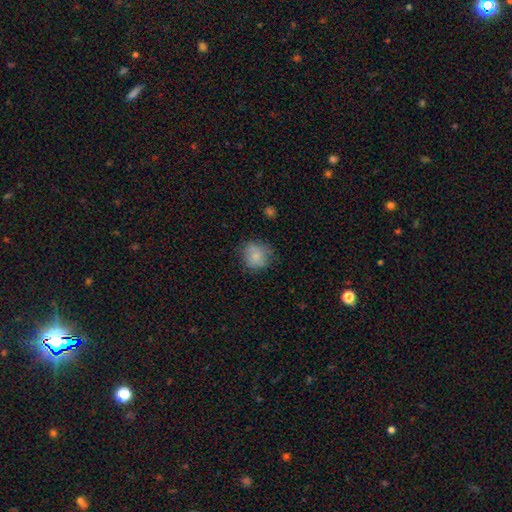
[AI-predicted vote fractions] Smooth or featured? smooth (80%)
How rounded? round (81%)
Merging? none (71%)